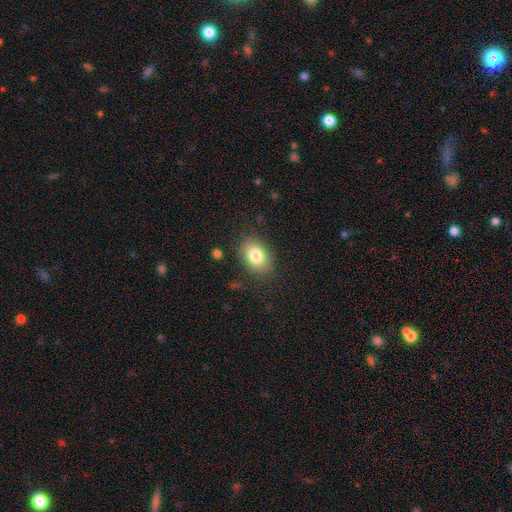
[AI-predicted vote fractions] This is clearly a smooth galaxy (81%). How rounded: likely in between (80%). Merging: clearly none (83%).